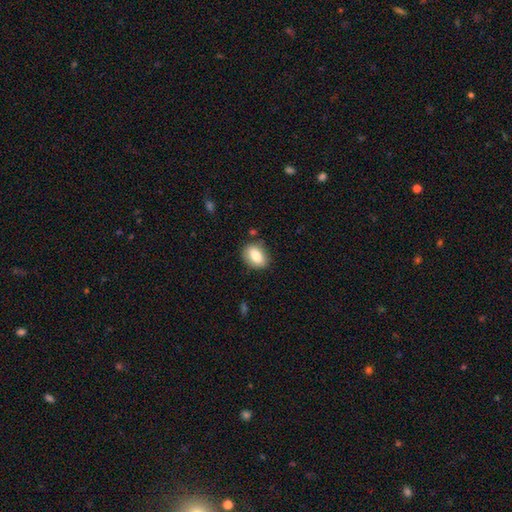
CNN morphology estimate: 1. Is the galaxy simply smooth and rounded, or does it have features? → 79% smooth, 13% featured or disk, 8% star or artifact.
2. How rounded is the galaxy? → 74% in between, 25% round, 2% cigar-shaped.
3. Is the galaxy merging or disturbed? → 82% none, 13% minor disturbance, 3% major disturbance, 2% merger.